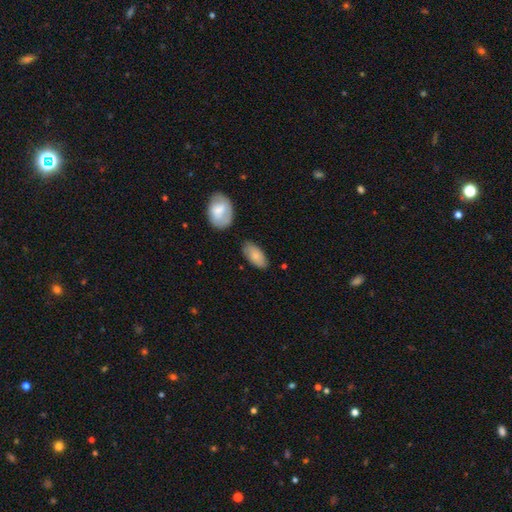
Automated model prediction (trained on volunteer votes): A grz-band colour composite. It shows a smooth galaxy with no disk features (80%) that is in between round and cigar-shaped (92%). Merging: none (74%).